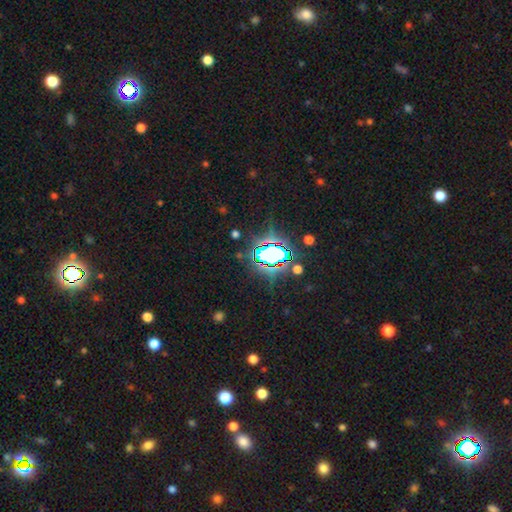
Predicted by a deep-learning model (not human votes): A star or artifact, not a galaxy (80%).

Vote fractions:
- Smooth or featured? star or artifact: 80% / smooth: 13% / featured or disk: 8%